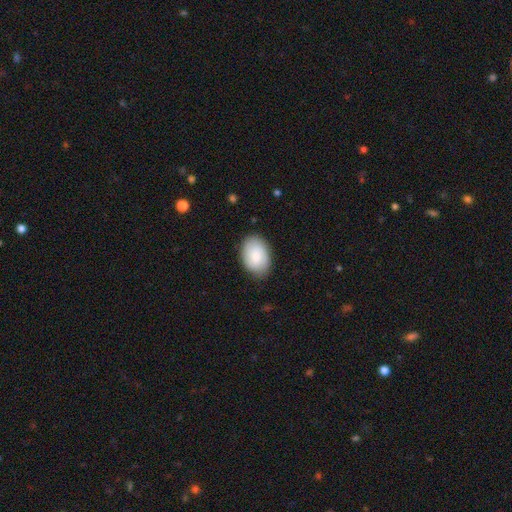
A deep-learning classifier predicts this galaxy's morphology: Q: Smooth or featured?
A: smooth (83%); runner-up: featured or disk (12%)
Q: How rounded?
A: in between (86%); runner-up: round (13%)
Q: Merging?
A: none (82%); runner-up: minor disturbance (14%)